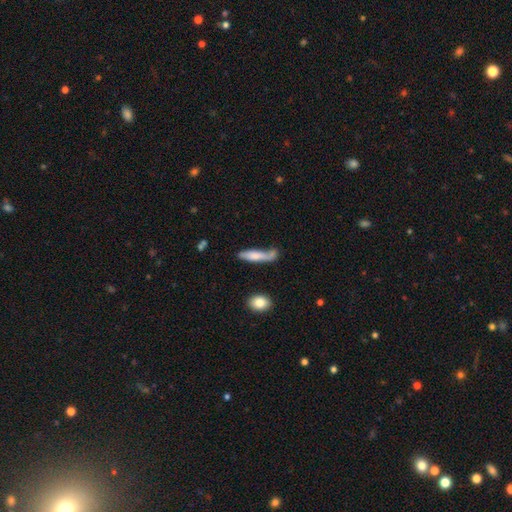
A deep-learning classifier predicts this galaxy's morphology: Smooth or featured? Predicted: smooth (p=0.70). How rounded? Predicted: cigar-shaped (p=0.77). Merging? Predicted: none (p=0.47).